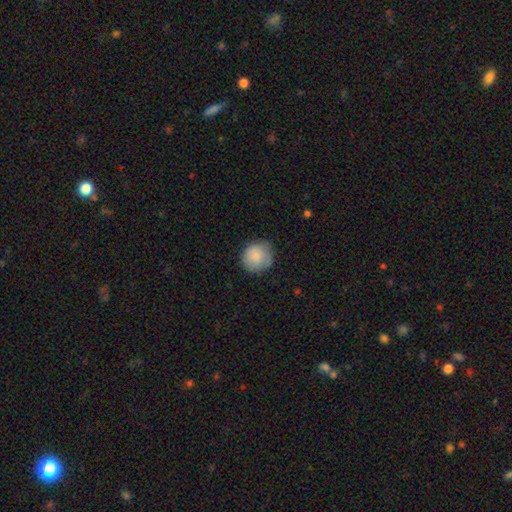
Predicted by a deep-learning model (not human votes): A smooth galaxy with no disk features (86%) that is round (89%). Merging: none (77%).